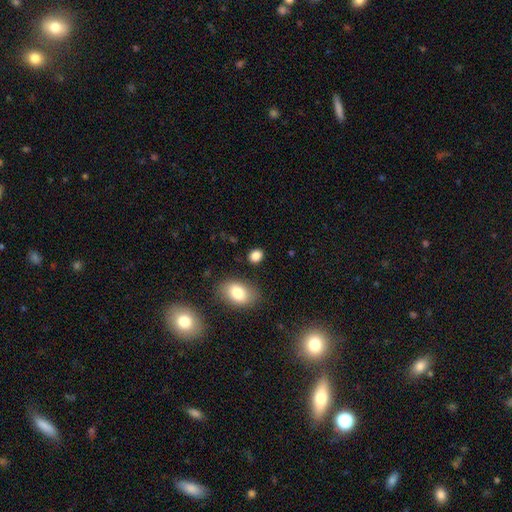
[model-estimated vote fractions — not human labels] This appears to be a smooth galaxy with no disk features (85%) that is in between round and cigar-shaped (53%). Merging: none (82%).